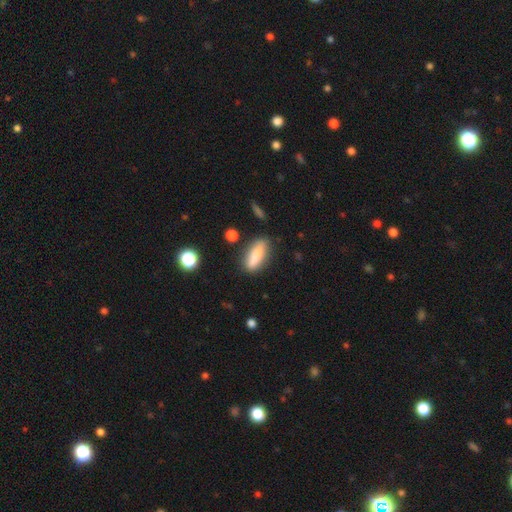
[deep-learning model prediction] Smooth or featured? smooth (80%)
How rounded? in between (50%)
Merging? none (81%)